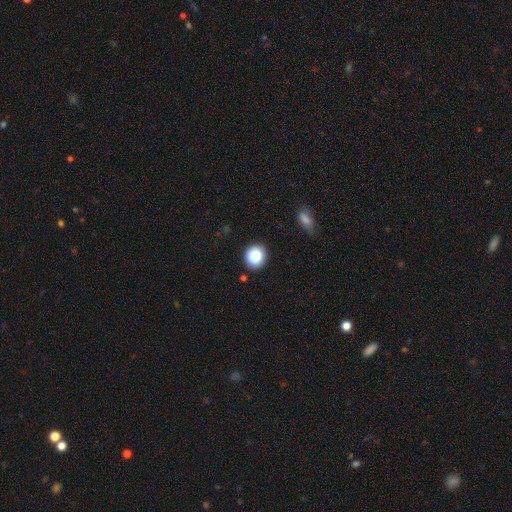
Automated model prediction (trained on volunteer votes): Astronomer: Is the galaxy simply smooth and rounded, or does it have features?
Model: smooth — 87%.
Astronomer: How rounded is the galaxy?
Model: round — 84%.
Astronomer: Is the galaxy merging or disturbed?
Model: none — 88%.